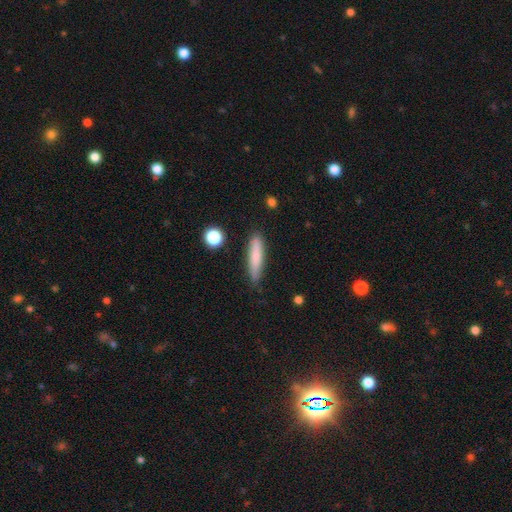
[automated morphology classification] A smooth galaxy with no disk features (76%) that is cigar-shaped (85%).

Vote fractions:
- Smooth or featured? smooth: 76% / featured or disk: 17% / star or artifact: 7%
- How rounded? cigar-shaped: 85% / in between: 13% / round: 2%
- Merging? none: 83% / minor disturbance: 13% / major disturbance: 2% / merger: 2%